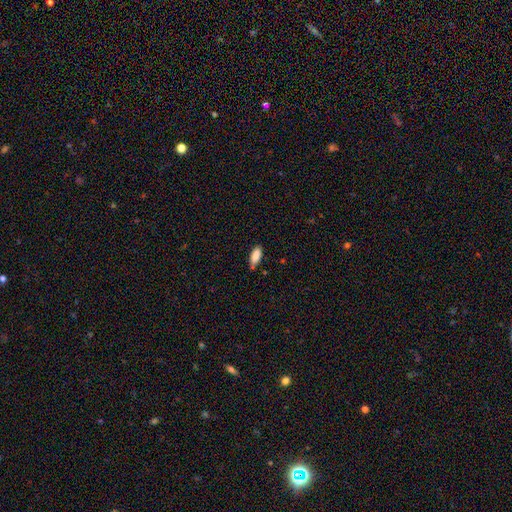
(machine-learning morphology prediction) smooth_or_featured: smooth (p=0.88) [alt: star or artifact p=0.07]
how_rounded: in between (p=0.81) [alt: cigar-shaped p=0.17]
merging: none (p=0.74) [alt: minor disturbance p=0.20]